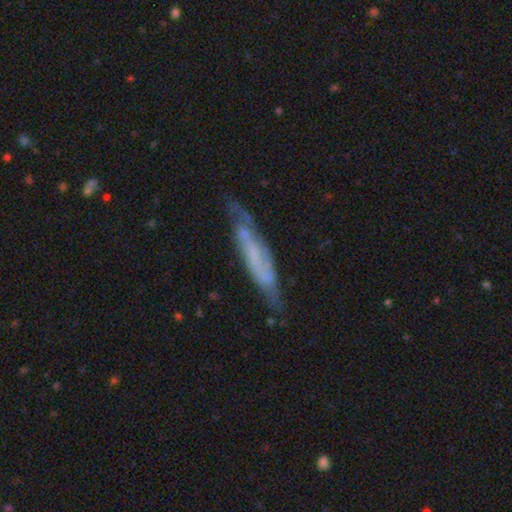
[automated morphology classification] smooth_or_featured: featured or disk (p=0.66) [alt: smooth p=0.26]
disk_edge_on: yes (p=0.51) [alt: no p=0.49]
merging: none (p=0.61) [alt: minor disturbance p=0.25]